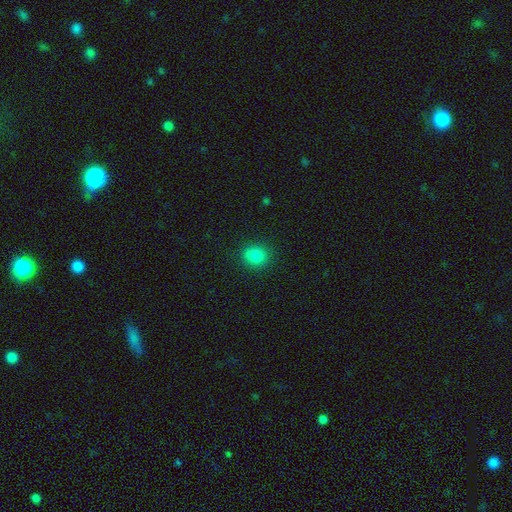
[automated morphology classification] smooth_or_featured: smooth (p=0.83) [alt: star or artifact p=0.12]
how_rounded: round (p=0.67) [alt: in between p=0.32]
merging: none (p=0.83) [alt: minor disturbance p=0.12]